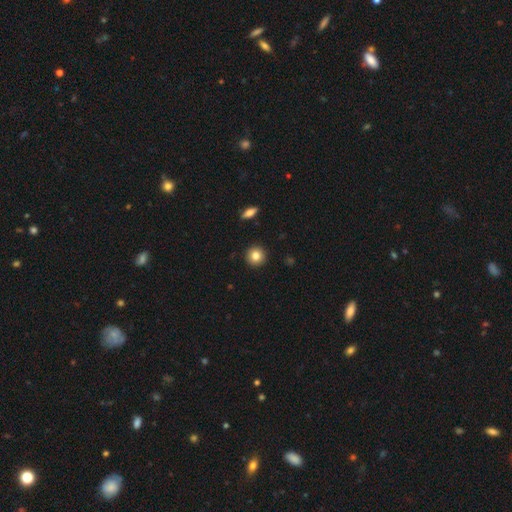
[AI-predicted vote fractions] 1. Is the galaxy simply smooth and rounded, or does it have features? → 83% smooth, 9% star or artifact, 8% featured or disk.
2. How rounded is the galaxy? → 94% round, 5% in between, 1% cigar-shaped.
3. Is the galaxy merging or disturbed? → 93% none, 5% minor disturbance, 2% major disturbance, 1% merger.